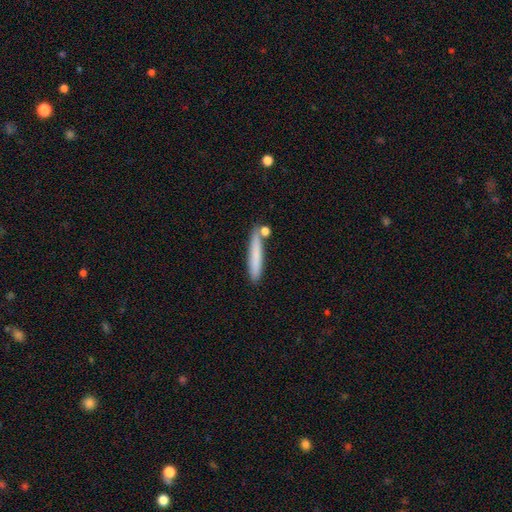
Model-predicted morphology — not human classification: Smooth or featured? Predicted: smooth (p=0.75). How rounded? Predicted: cigar-shaped (p=0.93). Merging? Predicted: none (p=0.79).